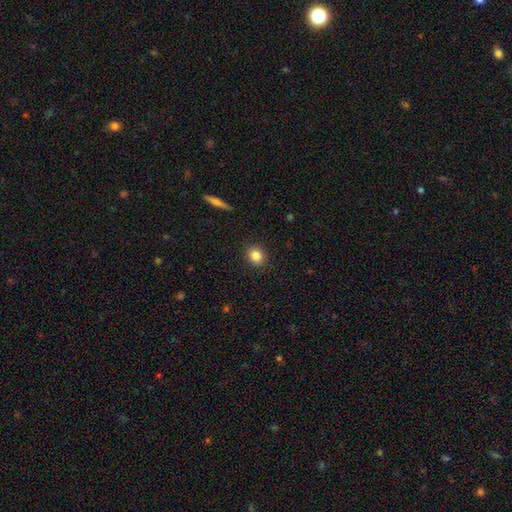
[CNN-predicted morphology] type=smooth (84%); roundness=round (74%); merging=none (90%).